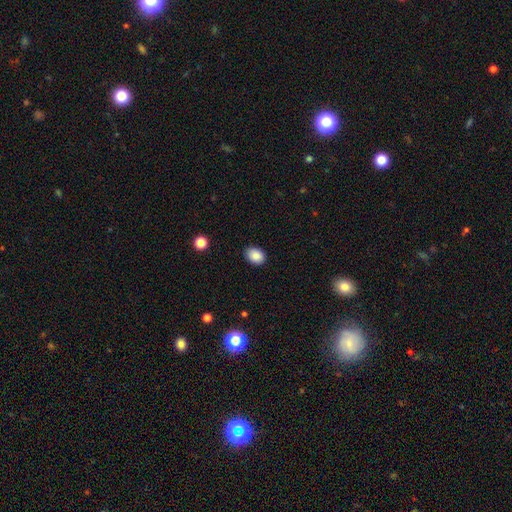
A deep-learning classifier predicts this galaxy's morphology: Smooth or featured?
  - smooth: 87% *
  - star or artifact: 8%
  - featured or disk: 4%
How rounded?
  - in between: 72% *
  - round: 27%
  - cigar-shaped: 1%
Merging?
  - none: 87% *
  - minor disturbance: 10%
  - major disturbance: 2%
  - merger: 1%